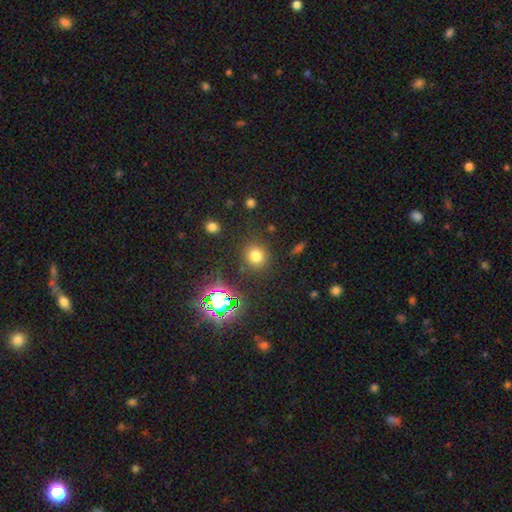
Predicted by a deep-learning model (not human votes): Morphology: type=smooth (71%); roundness=round (85%); merging=none (85%).